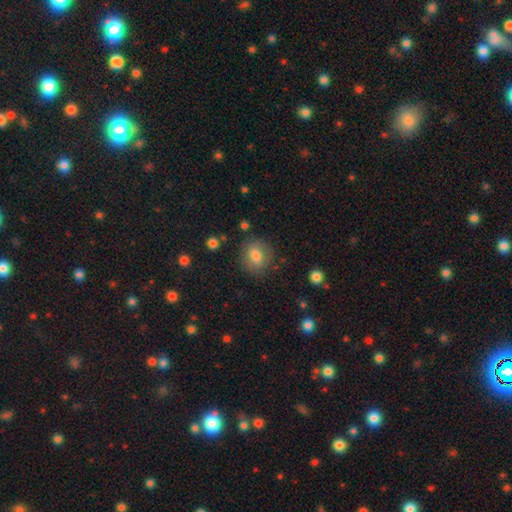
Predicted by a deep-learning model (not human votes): Smooth or featured?
  - smooth: 78% *
  - featured or disk: 13%
  - star or artifact: 9%
How rounded?
  - round: 68% *
  - in between: 31%
  - cigar-shaped: 1%
Merging?
  - none: 80% *
  - minor disturbance: 13%
  - major disturbance: 5%
  - merger: 2%